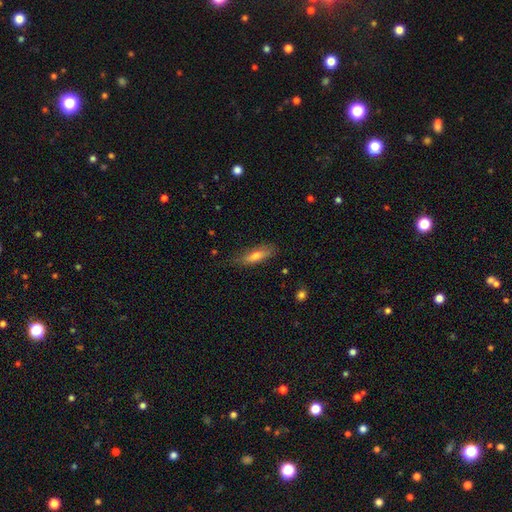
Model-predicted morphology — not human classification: Smooth or featured?
  - smooth: 69% *
  - featured or disk: 24%
  - star or artifact: 7%
How rounded?
  - cigar-shaped: 55% *
  - in between: 43%
  - round: 2%
Merging?
  - none: 76% *
  - minor disturbance: 19%
  - major disturbance: 4%
  - merger: 2%